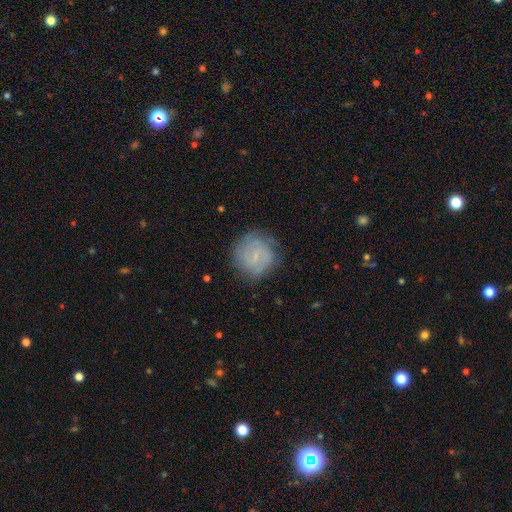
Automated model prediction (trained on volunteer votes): Morphology: type=featured or disk (55%); edge-on=no (98%); bar=weak (49%); spiral arms=yes (83%); bulge=small (67%); merging=none (77%).